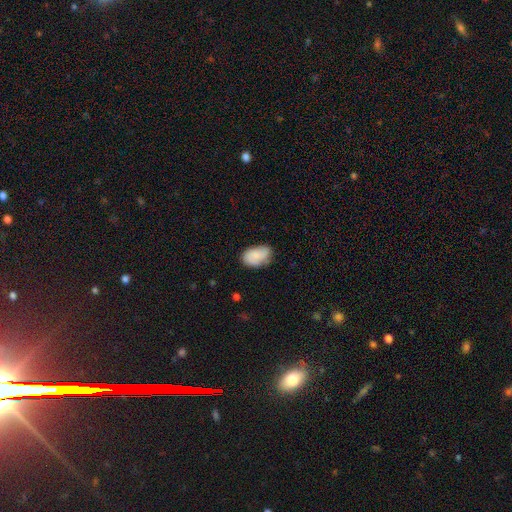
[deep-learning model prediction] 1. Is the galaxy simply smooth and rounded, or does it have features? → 77% smooth, 16% featured or disk, 7% star or artifact.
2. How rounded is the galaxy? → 91% in between, 7% round, 1% cigar-shaped.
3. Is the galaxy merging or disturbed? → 63% none, 29% minor disturbance, 7% major disturbance, 2% merger.